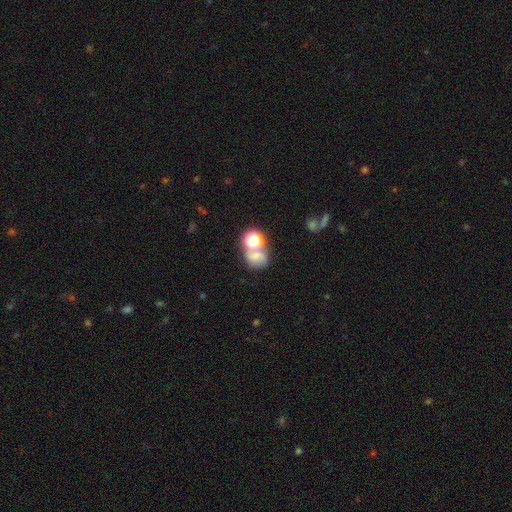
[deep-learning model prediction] Overall: smooth (54%; star or artifact 24%). How rounded: round (61%; in between 38%). Merging: merger (39%; none 36%).